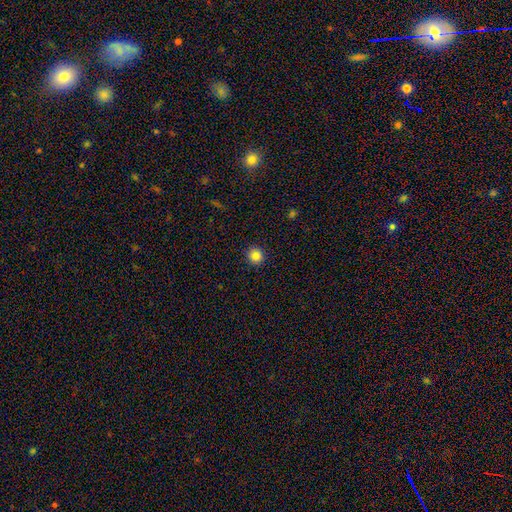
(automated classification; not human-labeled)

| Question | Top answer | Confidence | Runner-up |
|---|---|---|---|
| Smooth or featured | smooth | 84% | star or artifact (11%) |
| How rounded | round | 93% | in between (6%) |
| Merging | none | 92% | minor disturbance (5%) |